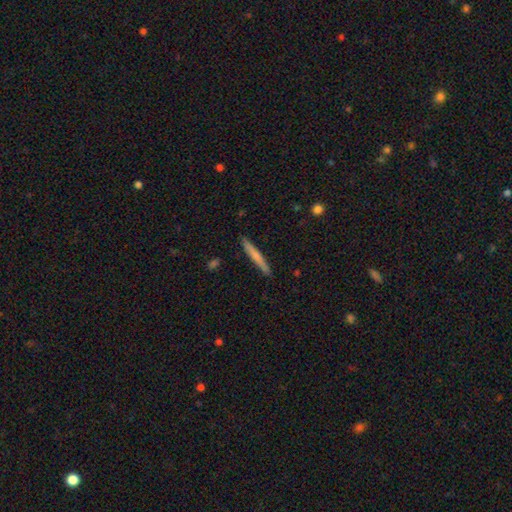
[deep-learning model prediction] Morphology: type=smooth (66%); roundness=cigar-shaped (96%); merging=none (90%).